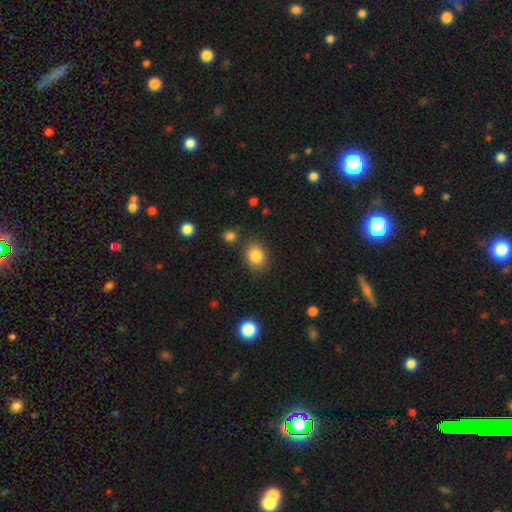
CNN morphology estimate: A smooth galaxy with no disk features (86%) that is in between round and cigar-shaped (56%). Merging: none (82%).